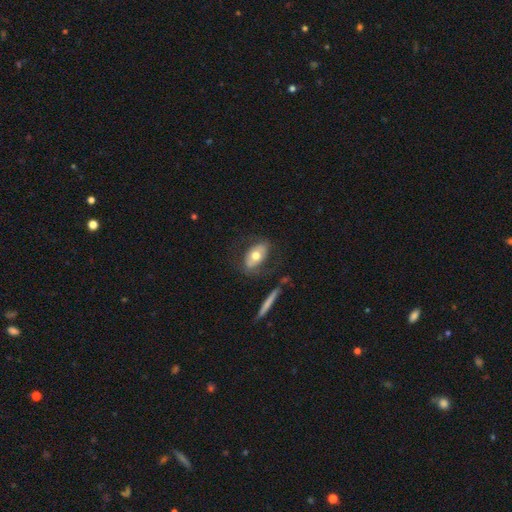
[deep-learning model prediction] smooth_or_featured: smooth (p=0.57) [alt: featured or disk p=0.37]
how_rounded: in between (p=0.87) [alt: round p=0.10]
merging: none (p=0.66) [alt: minor disturbance p=0.17]